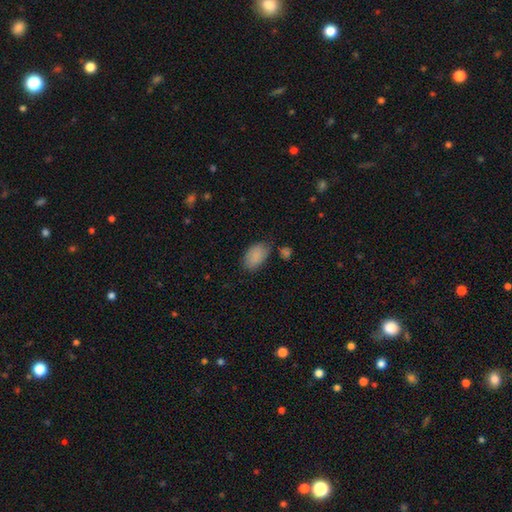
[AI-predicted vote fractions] Smooth or featured: smooth — 87% (star or artifact — 8%)
How rounded: in between — 91% (round — 7%)
Merging: none — 69% (minor disturbance — 21%)